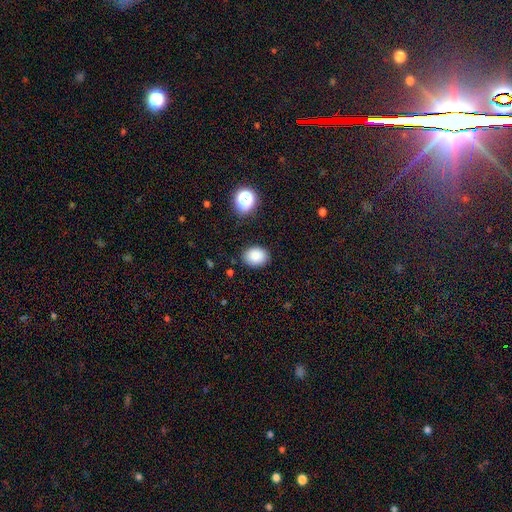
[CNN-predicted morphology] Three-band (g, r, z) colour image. It shows a smooth galaxy with no disk features (86%) that is in between round and cigar-shaped (61%). Merging: none (86%).